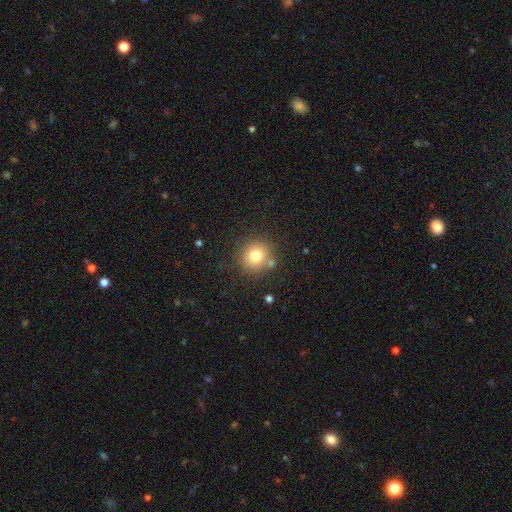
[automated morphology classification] This appears to be a smooth galaxy with no disk features (78%) that is round (90%). Merging: none (79%).